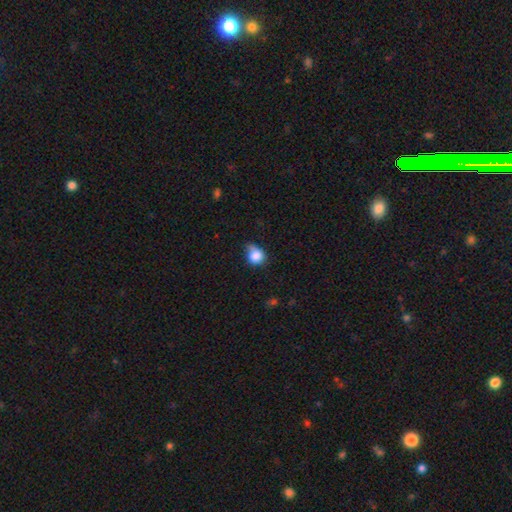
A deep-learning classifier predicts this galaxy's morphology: Smooth or featured? smooth (83%)
How rounded? round (63%)
Merging? minor disturbance (45%)